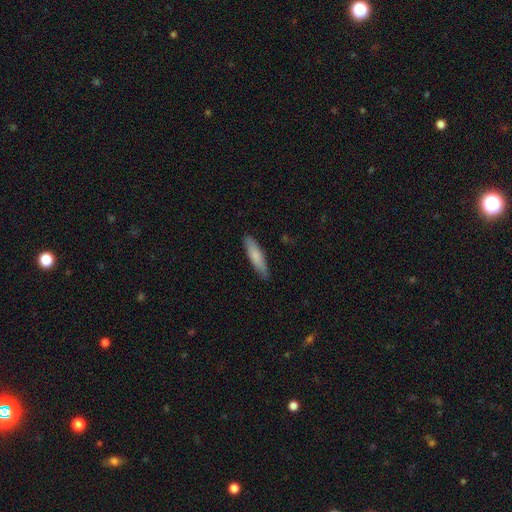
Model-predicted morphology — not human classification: Q: Smooth or featured?
A: smooth (79%); runner-up: featured or disk (16%)
Q: How rounded?
A: cigar-shaped (79%); runner-up: in between (19%)
Q: Merging?
A: none (86%); runner-up: minor disturbance (11%)